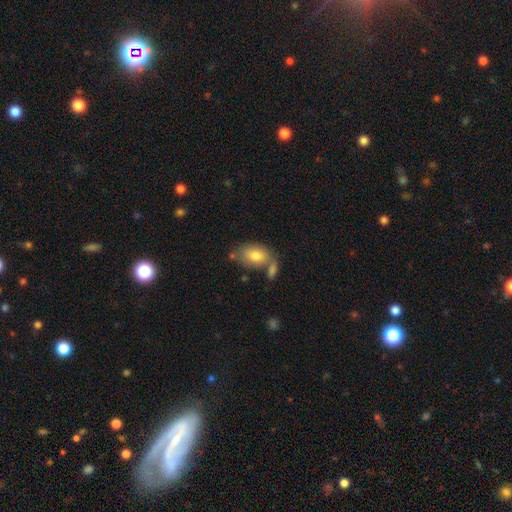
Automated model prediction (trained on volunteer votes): Smooth or featured? smooth (79%)
How rounded? in between (87%)
Merging? none (50%)